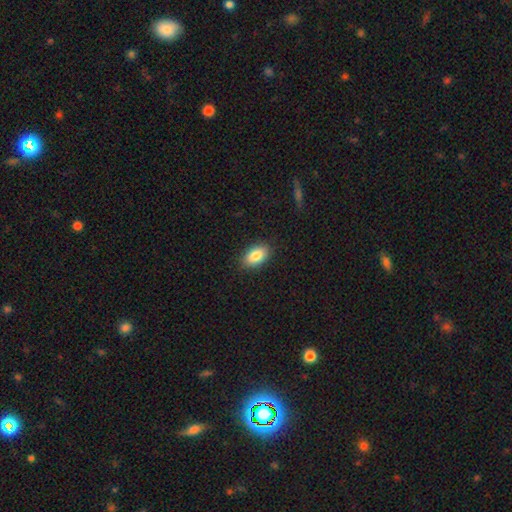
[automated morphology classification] Smooth or featured? smooth (85%)
How rounded? in between (92%)
Merging? none (88%)